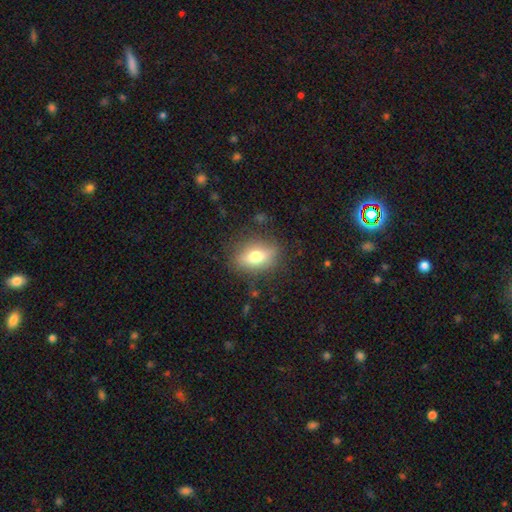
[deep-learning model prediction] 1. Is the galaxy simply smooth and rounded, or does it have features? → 66% smooth, 24% featured or disk, 9% star or artifact.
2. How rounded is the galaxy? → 73% in between, 20% round, 7% cigar-shaped.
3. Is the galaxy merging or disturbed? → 79% none, 15% minor disturbance, 5% major disturbance, 2% merger.